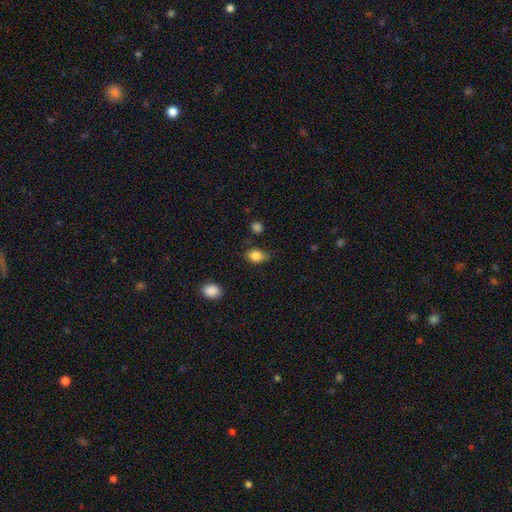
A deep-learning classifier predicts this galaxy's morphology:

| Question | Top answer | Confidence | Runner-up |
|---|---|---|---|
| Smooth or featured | smooth | 85% | star or artifact (10%) |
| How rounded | in between | 54% | round (44%) |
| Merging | none | 63% | minor disturbance (28%) |